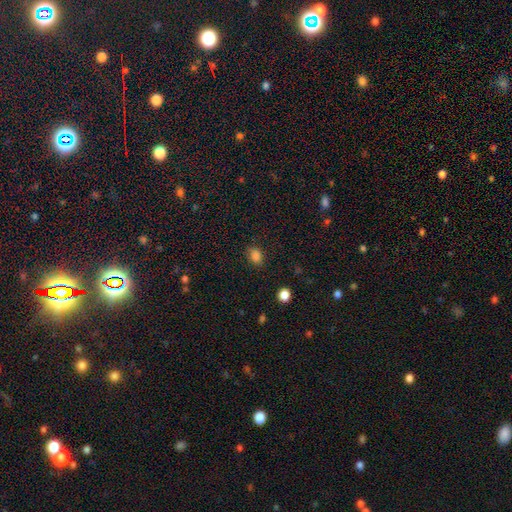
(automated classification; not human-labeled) smooth_or_featured: smooth (p=0.83) [alt: star or artifact p=0.12]
how_rounded: in between (p=0.72) [alt: round p=0.26]
merging: none (p=0.82) [alt: minor disturbance p=0.13]